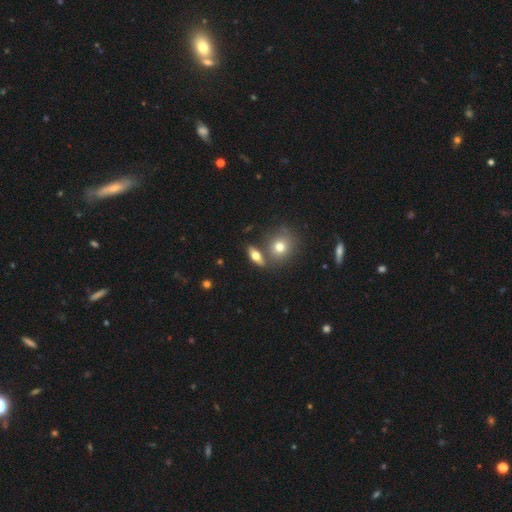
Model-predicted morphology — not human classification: Smooth or featured?
  - smooth: 56% *
  - featured or disk: 35%
  - star or artifact: 9%
How rounded?
  - in between: 65% *
  - cigar-shaped: 23%
  - round: 12%
Merging?
  - none: 71% *
  - merger: 15%
  - minor disturbance: 10%
  - major disturbance: 4%